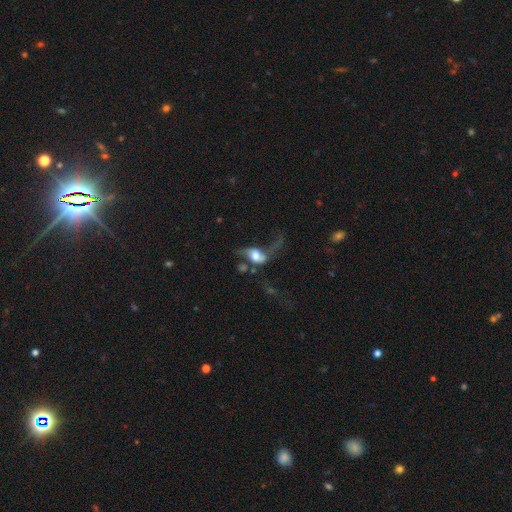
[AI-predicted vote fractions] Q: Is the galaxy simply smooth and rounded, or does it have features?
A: featured or disk — 54%.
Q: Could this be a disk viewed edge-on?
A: no — 89%.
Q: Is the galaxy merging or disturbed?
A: major disturbance — 49%.